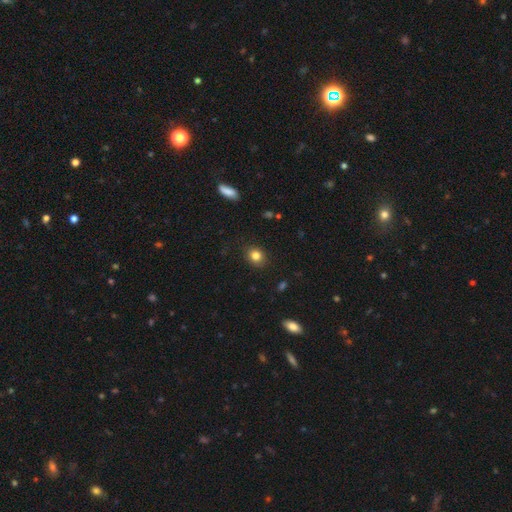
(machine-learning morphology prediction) smooth 83%, star or artifact 11%, featured or disk 6%. Down the decision tree: how rounded — round (68%); merging — none (88%).